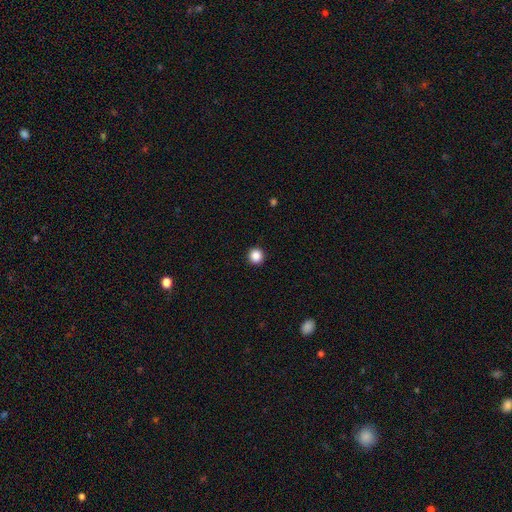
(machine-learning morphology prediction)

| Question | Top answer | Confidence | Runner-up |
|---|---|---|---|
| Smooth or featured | smooth | 87% | star or artifact (10%) |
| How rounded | round | 95% | in between (4%) |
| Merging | none | 93% | minor disturbance (4%) |